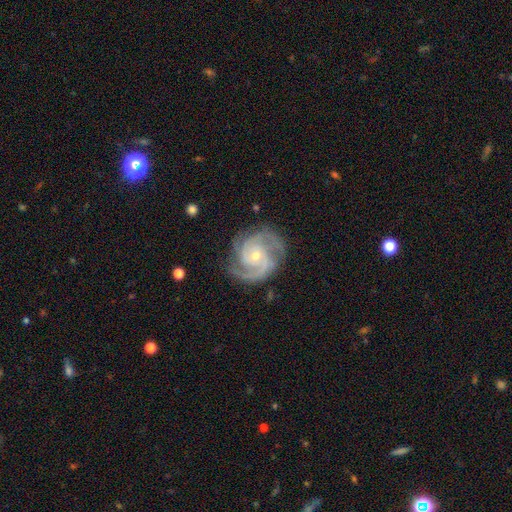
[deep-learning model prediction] Smooth or featured: featured or disk — 93% (star or artifact — 4%)
Edge-on disk: no — 98% (yes — 2%)
Bar: no — 66% (weak — 26%)
Spiral arms: yes — 99% (no — 1%)
Spiral winding: tight — 55% (medium — 41%)
Spiral arm count: 3 — 45% (2 — 35%)
Bulge size: small — 65% (moderate — 32%)
Merging: none — 79% (minor disturbance — 15%)